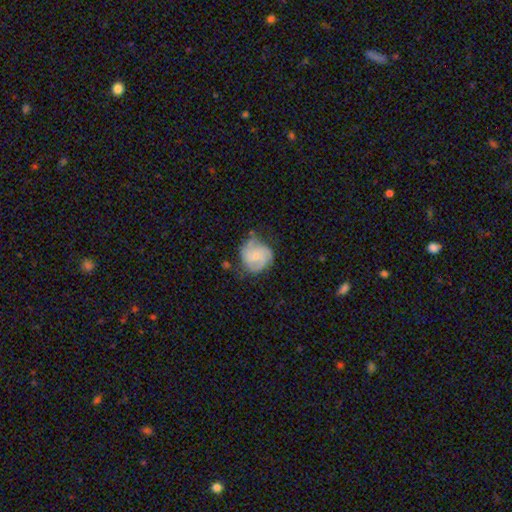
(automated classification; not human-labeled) A featured or disk galaxy (62%) with no bar (67%), 3 (35%) tight (44%) spiral arms (90%) and a small central bulge (54%).

Vote fractions:
- Smooth or featured? featured or disk: 62% / smooth: 31% / star or artifact: 7%
- Edge-on disk? no: 98% / yes: 2%
- Bar? no: 67% / weak: 28% / strong: 4%
- Spiral arms? yes: 90% / no: 10%
- Spiral winding? tight: 44% / medium: 42% / loose: 14%
- Spiral arm count? 3: 35% / 2: 30% / can't tell: 20% / 4: 6% / 1: 4% / more than 4: 4%
- Bulge size? small: 54% / none: 22% / moderate: 20% / large: 2% / dominant: 1%
- Merging? none: 59% / minor disturbance: 27% / major disturbance: 11% / merger: 3%